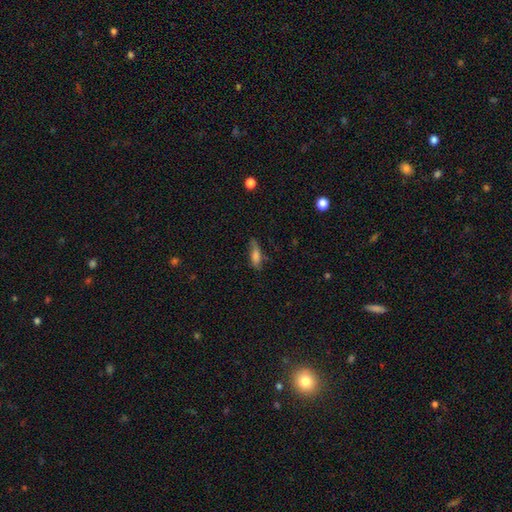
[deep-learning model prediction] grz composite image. It shows a smooth galaxy with no disk features (69%) that is in between round and cigar-shaped (53%). Merging: none (59%).